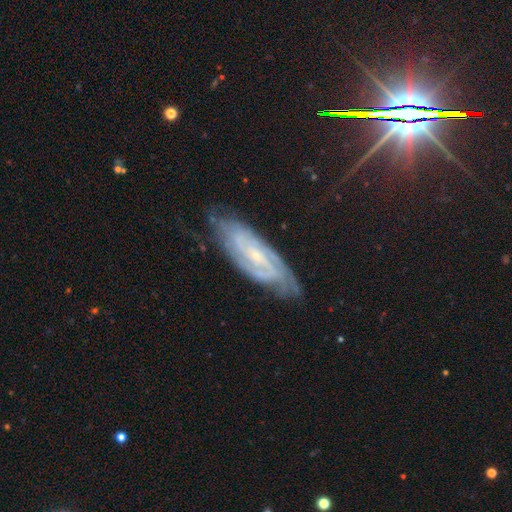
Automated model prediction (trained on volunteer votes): Q: Smooth or featured?
A: featured or disk (84%); runner-up: smooth (8%)
Q: Edge-on disk?
A: no (88%); runner-up: yes (12%)
Q: Bar?
A: no (43%); runner-up: weak (41%)
Q: Spiral arms?
A: yes (96%); runner-up: no (4%)
Q: Spiral winding?
A: tight (63%); runner-up: medium (30%)
Q: Spiral arm count?
A: 2 (38%); runner-up: can't tell (31%)
Q: Bulge size?
A: small (76%); runner-up: moderate (19%)
Q: Merging?
A: none (74%); runner-up: minor disturbance (20%)